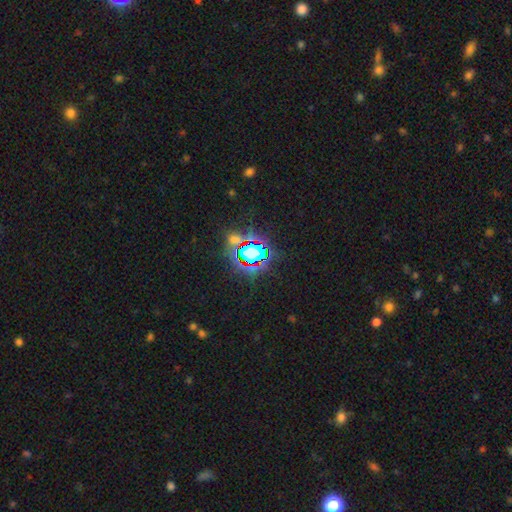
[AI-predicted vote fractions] Smooth or featured? Predicted: star or artifact (p=0.70).